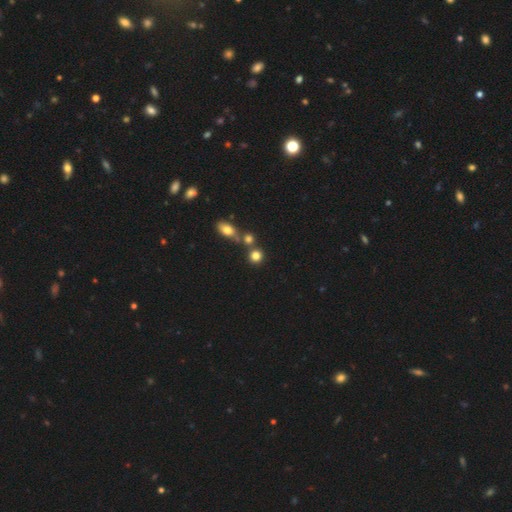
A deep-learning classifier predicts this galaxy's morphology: Smooth or featured? Predicted: smooth (p=0.80). How rounded? Predicted: round (p=0.86). Merging? Predicted: none (p=0.66).